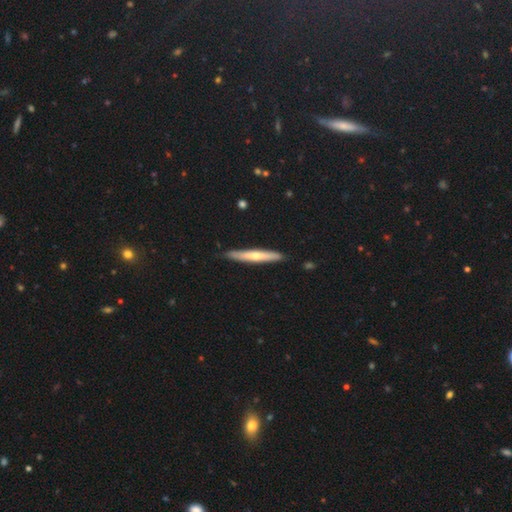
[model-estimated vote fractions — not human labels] This is possibly a smooth galaxy (48%). Merging: clearly none (86%).